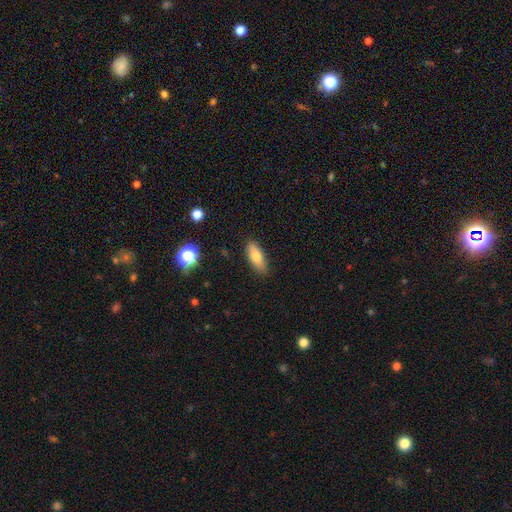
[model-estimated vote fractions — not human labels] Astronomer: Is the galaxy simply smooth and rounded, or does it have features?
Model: smooth — 79%.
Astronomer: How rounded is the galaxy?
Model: in between — 73%.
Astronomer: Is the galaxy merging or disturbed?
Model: none — 86%.